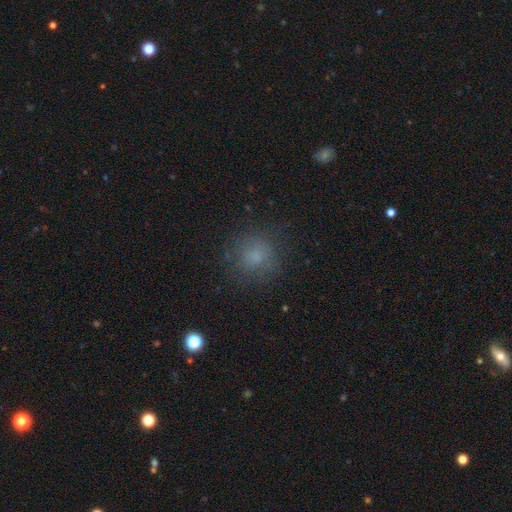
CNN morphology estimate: The model was most divided on "smooth or featured": smooth: 77%, star or artifact: 15%, featured or disk: 9%. More confident: how rounded — round (87%); merging — none (80%).